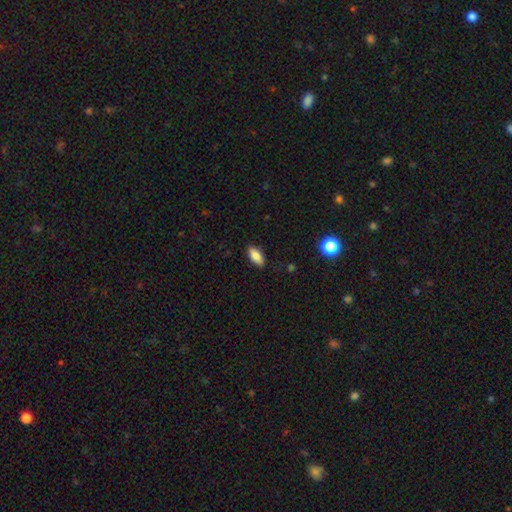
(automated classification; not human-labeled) smooth_or_featured: smooth (p=0.85) [alt: featured or disk p=0.08]
how_rounded: in between (p=0.87) [alt: cigar-shaped p=0.11]
merging: none (p=0.88) [alt: minor disturbance p=0.09]